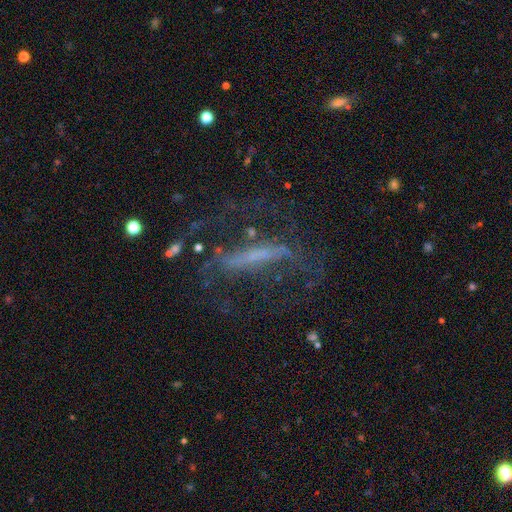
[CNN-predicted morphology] This appears to be a featured or disk galaxy (70%) with a strong bar (63%), spiral arms (66%) and a small central bulge (43%). Merging: none (56%).